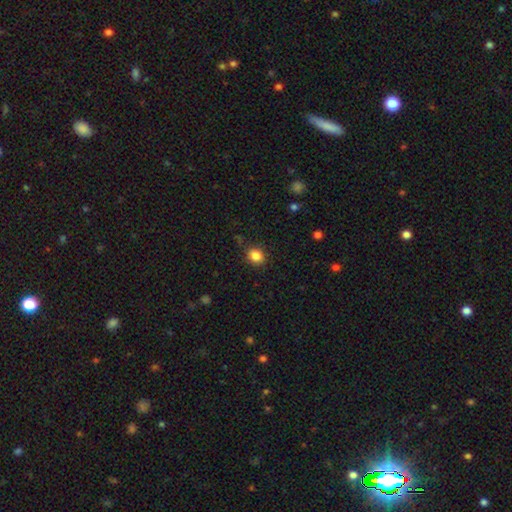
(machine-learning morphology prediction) Smooth or featured? smooth (85%)
How rounded? round (61%)
Merging? none (85%)